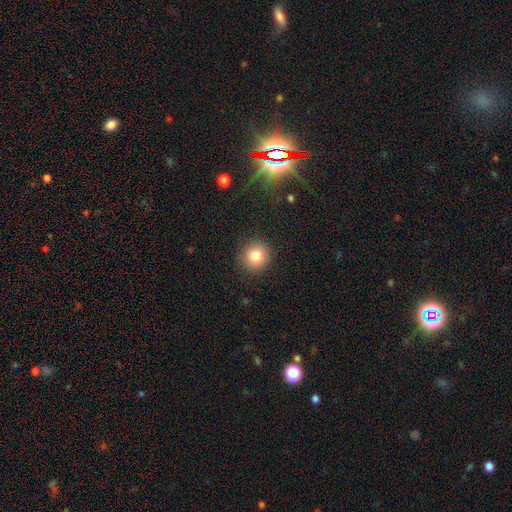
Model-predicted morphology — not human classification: Overall: smooth (82%). How rounded: round (91%). Merging: none (90%).